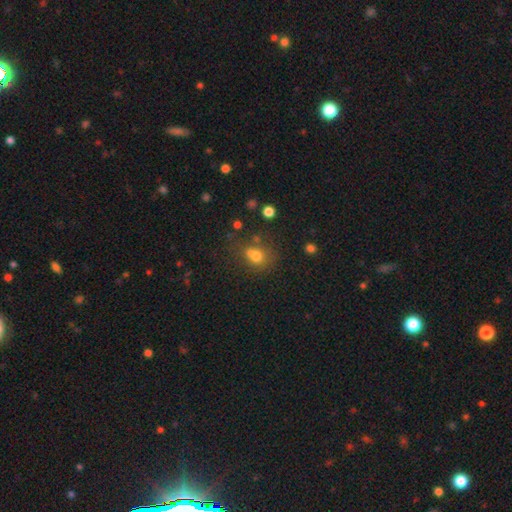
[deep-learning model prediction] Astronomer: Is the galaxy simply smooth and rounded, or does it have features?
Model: smooth — 71%.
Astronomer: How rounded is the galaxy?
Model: round — 62%.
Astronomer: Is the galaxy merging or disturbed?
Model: none — 44% (runner-up: merger, 31%).